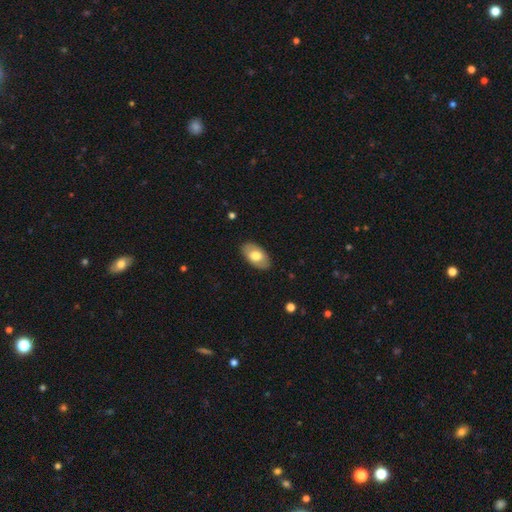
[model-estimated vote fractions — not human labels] Smooth or featured: smooth — 66% (featured or disk — 28%)
How rounded: in between — 94% (round — 4%)
Merging: none — 86% (minor disturbance — 11%)